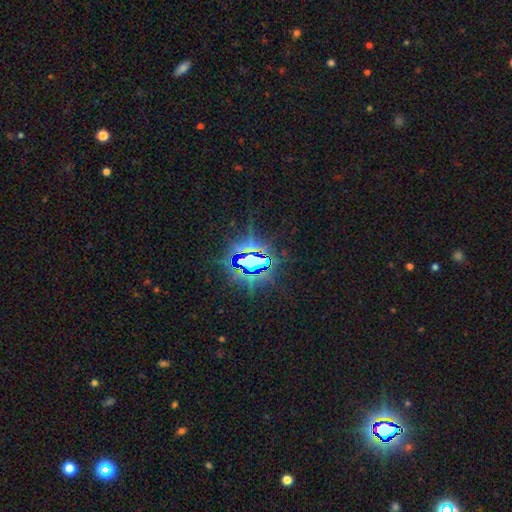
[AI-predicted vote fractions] This is likely a star or artifact rather than a galaxy (80%).